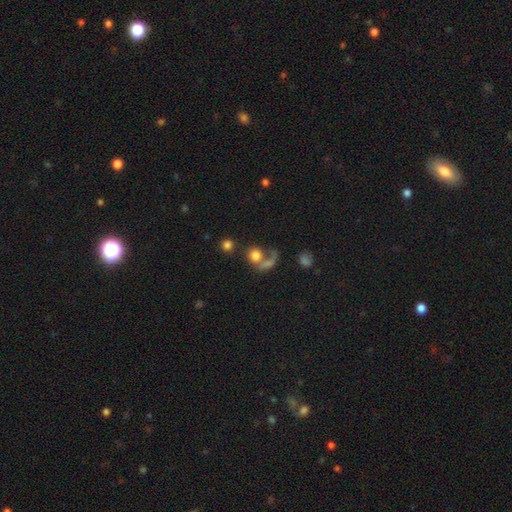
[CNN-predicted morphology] type=smooth (73%); roundness=round (79%); merging=none (40%).